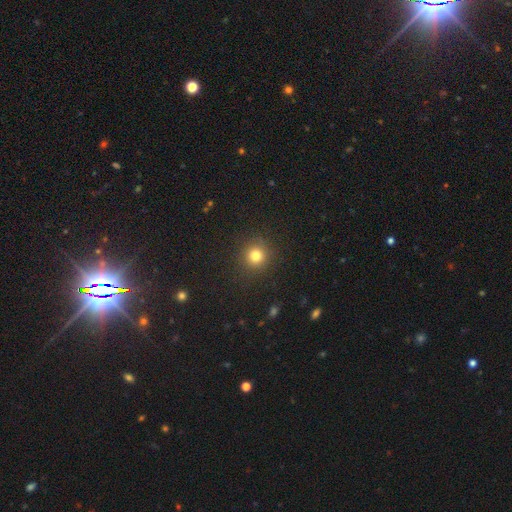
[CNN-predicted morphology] smooth 80%, star or artifact 14%, featured or disk 6%. Down the decision tree: how rounded — round (94%); merging — none (90%).